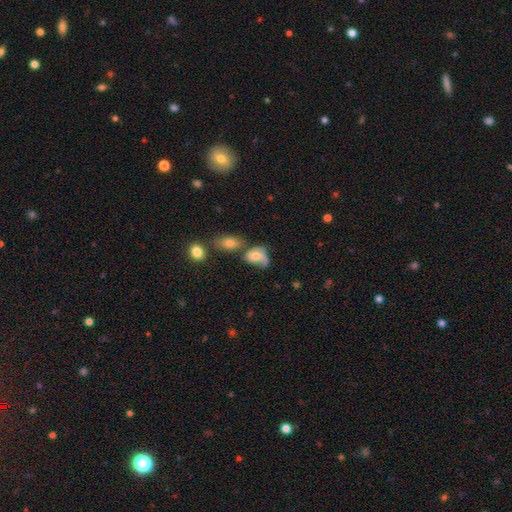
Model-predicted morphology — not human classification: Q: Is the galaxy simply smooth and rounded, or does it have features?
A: smooth — 50%.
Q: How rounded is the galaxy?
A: in between — 71%.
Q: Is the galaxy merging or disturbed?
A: none — 31%.